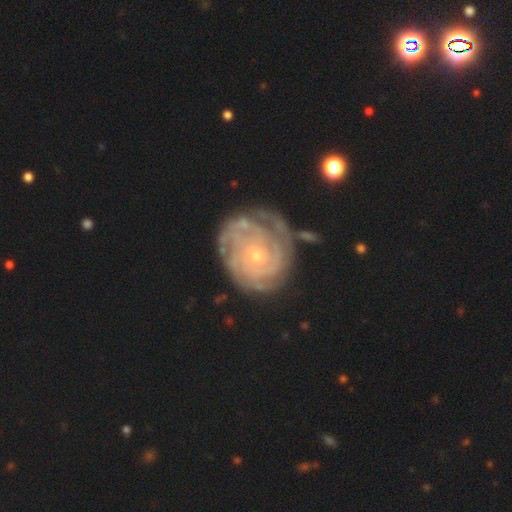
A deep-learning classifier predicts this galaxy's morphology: This appears to be a featured or disk galaxy (87%) with no bar (77%), tight (82%) spiral arms (96%) and a small central bulge (75%). Merging: none (66%).